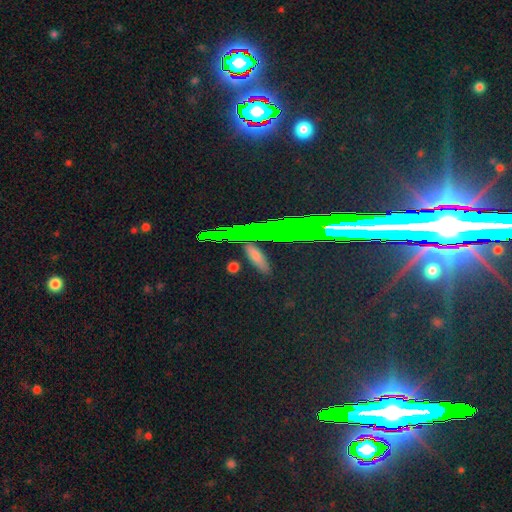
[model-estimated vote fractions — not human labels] This appears to be a smooth galaxy with no disk features (48%). Merging: none (87%).